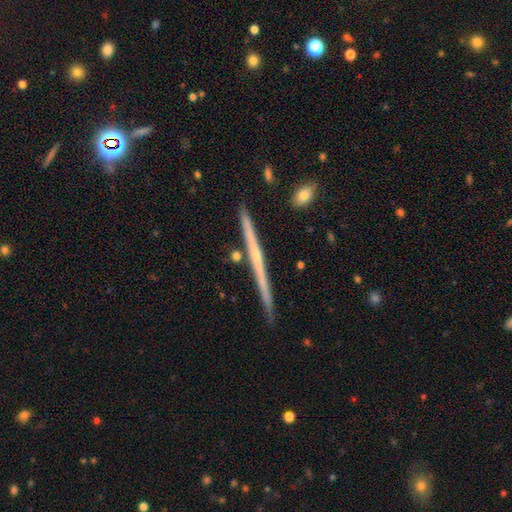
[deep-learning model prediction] Smooth or featured? Predicted: featured or disk (p=0.68). Edge-on disk? Predicted: yes (p=0.98). Edge-on bulge? Predicted: none (p=0.72). Merging? Predicted: none (p=0.87).